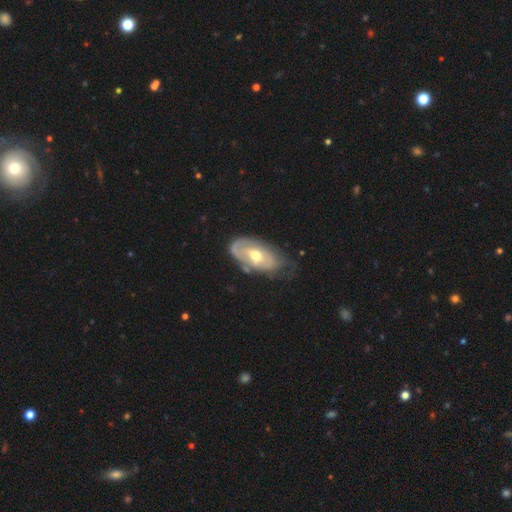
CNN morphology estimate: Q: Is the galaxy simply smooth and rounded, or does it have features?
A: featured or disk — 70%.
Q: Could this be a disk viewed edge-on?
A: no — 92%.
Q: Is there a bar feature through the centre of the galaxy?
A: no — 69%.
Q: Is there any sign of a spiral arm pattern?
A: yes — 65%.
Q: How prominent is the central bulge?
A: moderate — 71%.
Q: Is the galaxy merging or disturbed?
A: none — 57%.